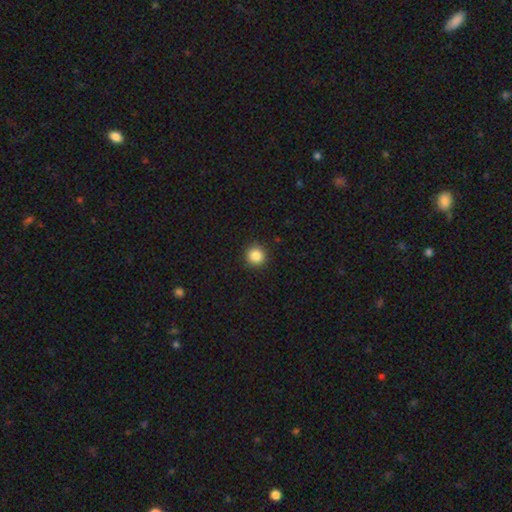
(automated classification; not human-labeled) smooth 85%, star or artifact 10%, featured or disk 4%. Down the decision tree: how rounded — round (95%); merging — none (93%).